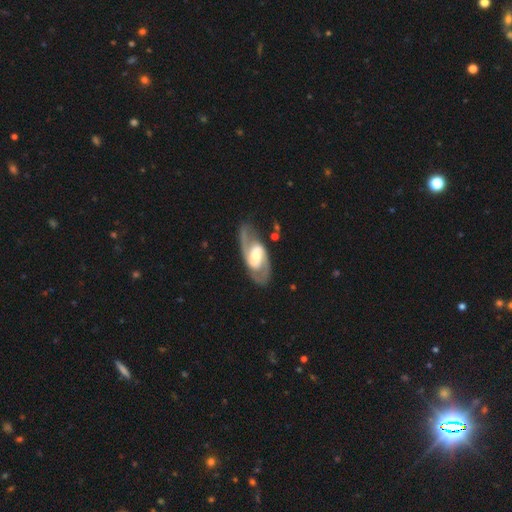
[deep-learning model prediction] Smooth or featured? Predicted: featured or disk (p=0.85). Edge-on disk? Predicted: no (p=0.95). Bar? Predicted: weak (p=0.40). Spiral arms? Predicted: yes (p=0.92). Spiral winding? Predicted: medium (p=0.54). Spiral arm count? Predicted: 2 (p=0.90). Bulge size? Predicted: moderate (p=0.54). Merging? Predicted: none (p=0.78).